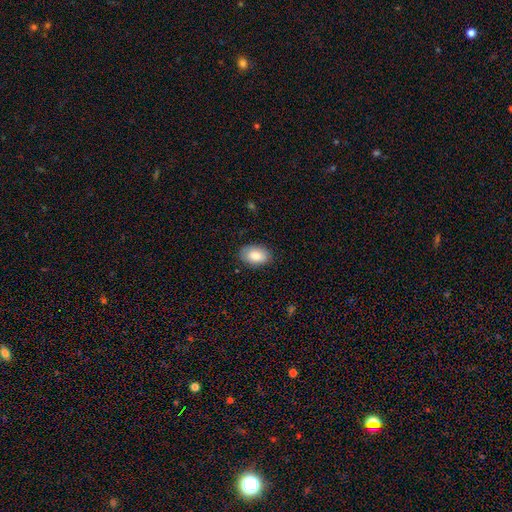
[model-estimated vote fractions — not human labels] smooth-or-featured: smooth: 83% | featured or disk: 11% | star or artifact: 7%
  how-rounded: in between: 89% | round: 10% | cigar-shaped: 1%
  merging: none: 84% | minor disturbance: 12% | major disturbance: 3% | merger: 1%